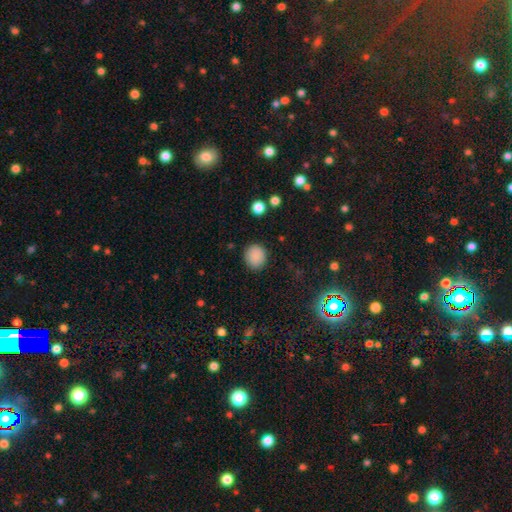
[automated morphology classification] This is clearly a smooth galaxy (87%). How rounded: clearly round (85%). Merging: clearly none (88%).